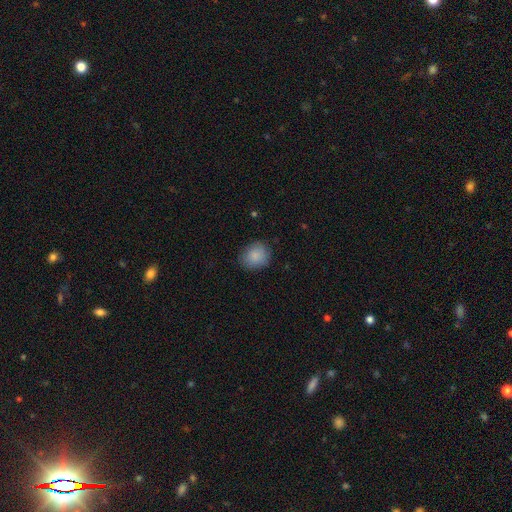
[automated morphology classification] This appears to be a smooth galaxy with no disk features (88%) that is round (66%). Merging: none (81%).